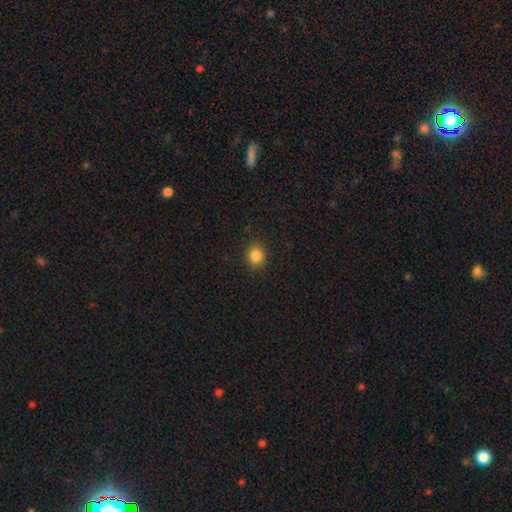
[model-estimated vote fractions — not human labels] This is clearly a smooth galaxy (85%). How rounded: likely round (74%). Merging: clearly none (90%).